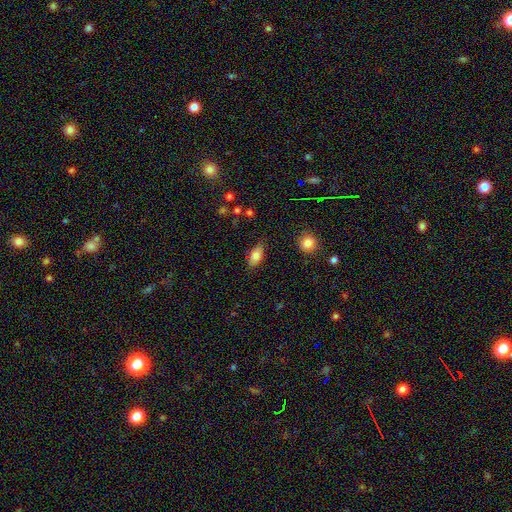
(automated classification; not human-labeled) smooth_or_featured: smooth (p=0.82) [alt: featured or disk p=0.10]
how_rounded: in between (p=0.86) [alt: cigar-shaped p=0.10]
merging: none (p=0.80) [alt: minor disturbance p=0.14]